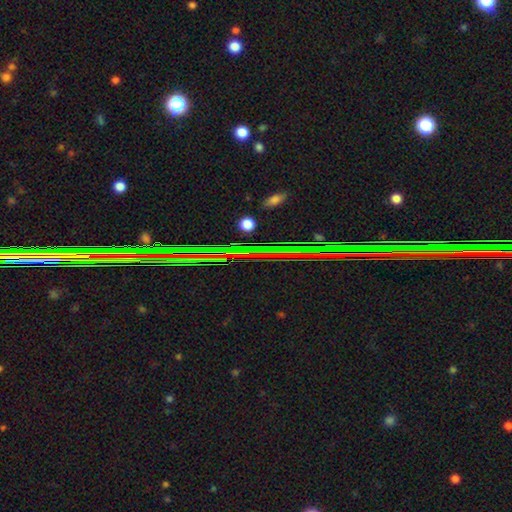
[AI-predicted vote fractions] Smooth or featured: star or artifact — 81% (featured or disk — 11%)